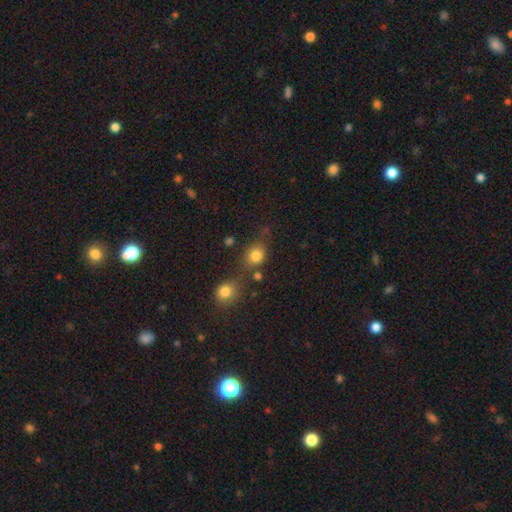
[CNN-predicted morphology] Q: Smooth or featured?
A: smooth (79%); runner-up: star or artifact (12%)
Q: How rounded?
A: round (73%); runner-up: in between (25%)
Q: Merging?
A: none (56%); runner-up: merger (23%)